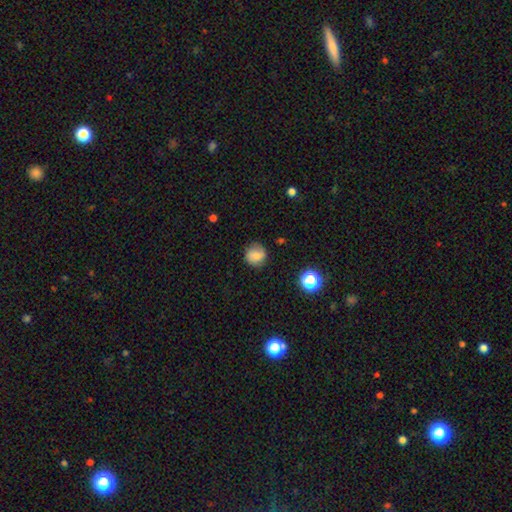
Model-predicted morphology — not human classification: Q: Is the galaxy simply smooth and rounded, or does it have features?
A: smooth — 75%.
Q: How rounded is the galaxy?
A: round — 89%.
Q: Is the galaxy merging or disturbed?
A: none — 77%.